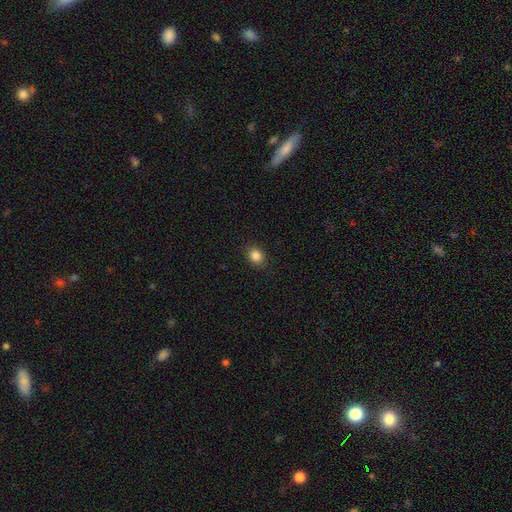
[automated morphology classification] Smooth or featured? smooth (85%)
How rounded? round (62%)
Merging? none (89%)